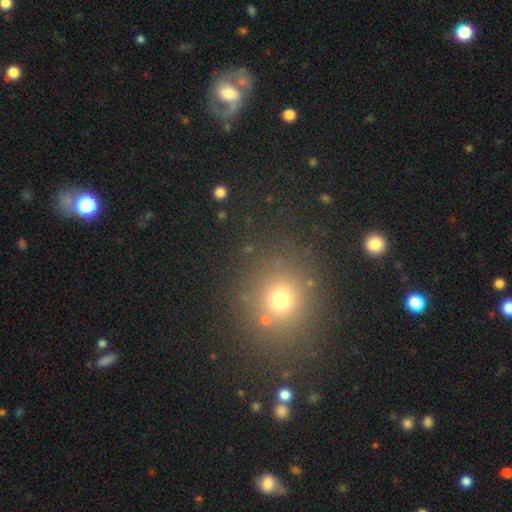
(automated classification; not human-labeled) Smooth or featured?
  - smooth: 54% *
  - star or artifact: 36%
  - featured or disk: 11%
How rounded?
  - round: 79% *
  - in between: 20%
  - cigar-shaped: 1%
Merging?
  - none: 82% *
  - minor disturbance: 9%
  - merger: 5%
  - major disturbance: 4%